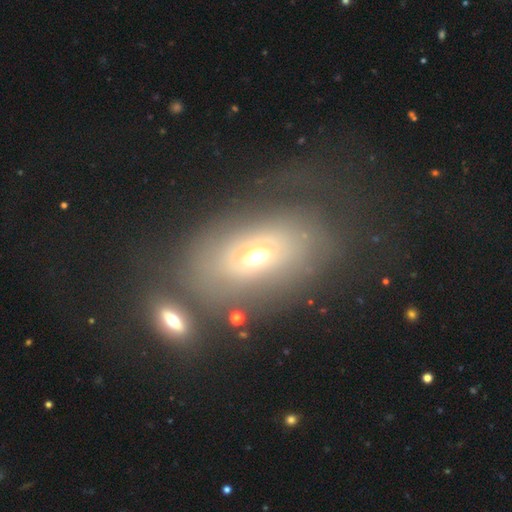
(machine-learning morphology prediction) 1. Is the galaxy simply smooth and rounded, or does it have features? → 51% featured or disk, 37% smooth, 12% star or artifact.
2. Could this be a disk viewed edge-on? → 87% no, 13% yes.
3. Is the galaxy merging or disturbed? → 52% none, 19% minor disturbance, 16% major disturbance, 13% merger.